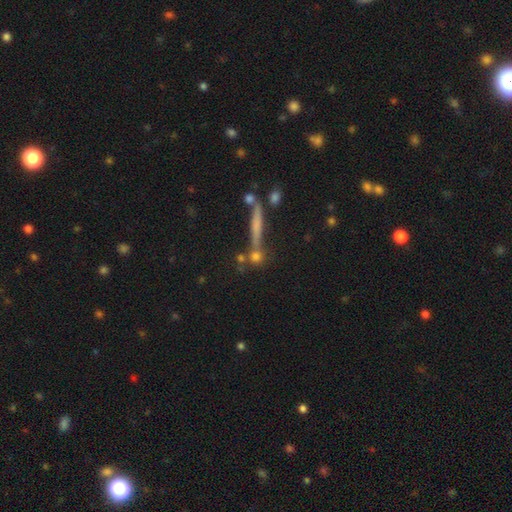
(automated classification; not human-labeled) smooth_or_featured: smooth (p=0.55) [alt: featured or disk p=0.28]
how_rounded: round (p=0.50) [alt: cigar-shaped p=0.38]
merging: none (p=0.67) [alt: merger p=0.18]